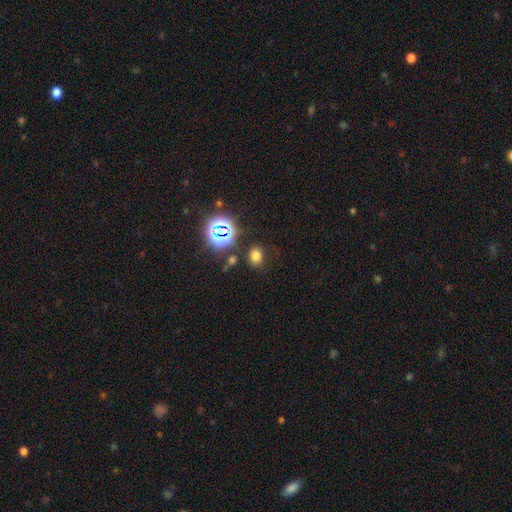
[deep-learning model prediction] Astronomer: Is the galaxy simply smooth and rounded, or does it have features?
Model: smooth — 69%.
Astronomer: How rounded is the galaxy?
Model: round — 50% (runner-up: in between, 49%).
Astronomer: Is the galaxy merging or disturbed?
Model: none — 81%.